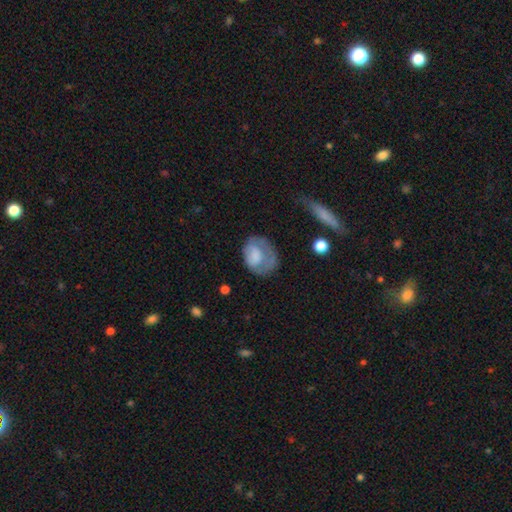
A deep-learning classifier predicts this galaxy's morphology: Smooth or featured? Predicted: smooth (p=0.64). How rounded? Predicted: in between (p=0.56). Merging? Predicted: none (p=0.43).